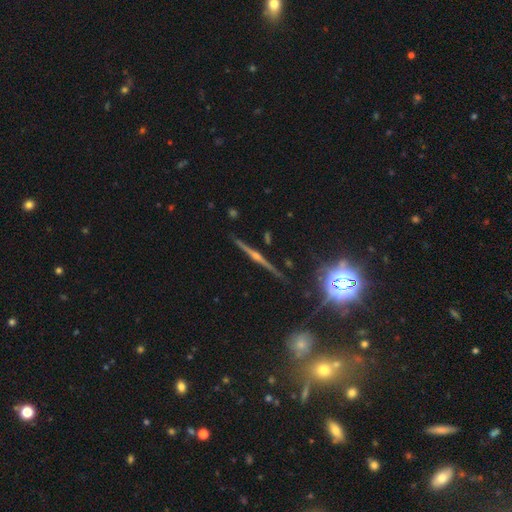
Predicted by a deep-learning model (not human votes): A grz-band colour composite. It shows a featured or disk galaxy (81%) viewed edge-on (98%) with a rounded central bulge (83%). Merging: none (89%).